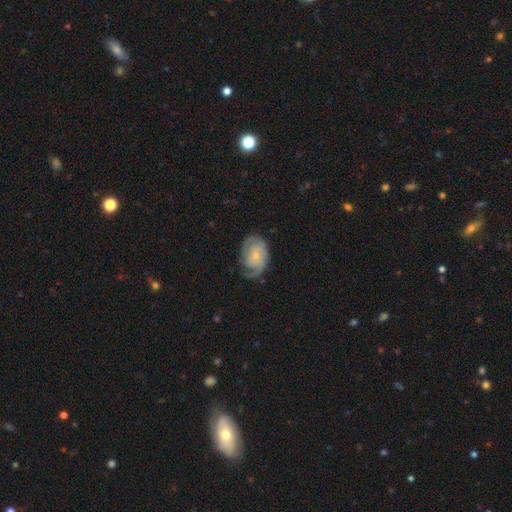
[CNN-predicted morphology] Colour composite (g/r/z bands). It shows a featured or disk galaxy (75%) with no bar (72%), 2 (46%) tight (48%) spiral arms (93%) and a small central bulge (72%). Merging: none (61%).